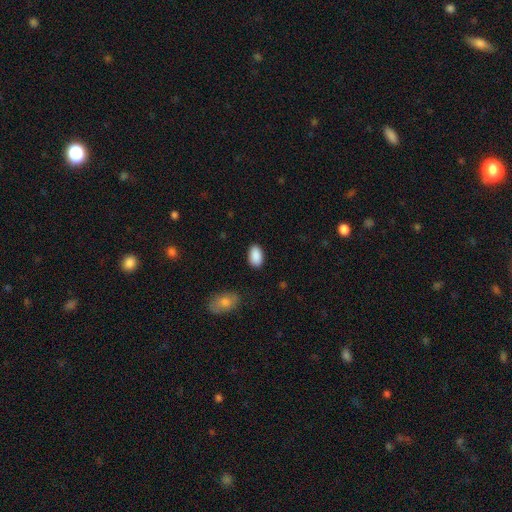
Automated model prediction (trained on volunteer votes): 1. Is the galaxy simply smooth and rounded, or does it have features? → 90% smooth, 7% star or artifact, 3% featured or disk.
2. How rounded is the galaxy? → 93% in between, 5% round, 2% cigar-shaped.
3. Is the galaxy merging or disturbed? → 87% none, 10% minor disturbance, 2% major disturbance, 1% merger.